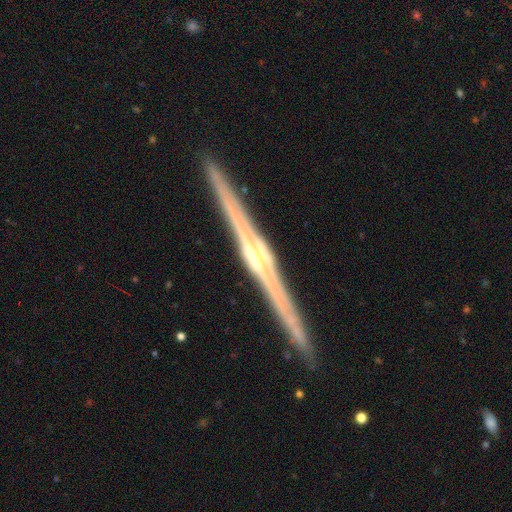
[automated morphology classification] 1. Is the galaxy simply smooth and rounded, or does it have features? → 89% featured or disk, 6% smooth, 4% star or artifact.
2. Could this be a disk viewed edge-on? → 99% yes, 1% no.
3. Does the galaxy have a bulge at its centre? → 63% rounded, 22% boxy, 14% none.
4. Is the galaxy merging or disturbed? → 93% none, 5% minor disturbance, 1% major disturbance, 1% merger.